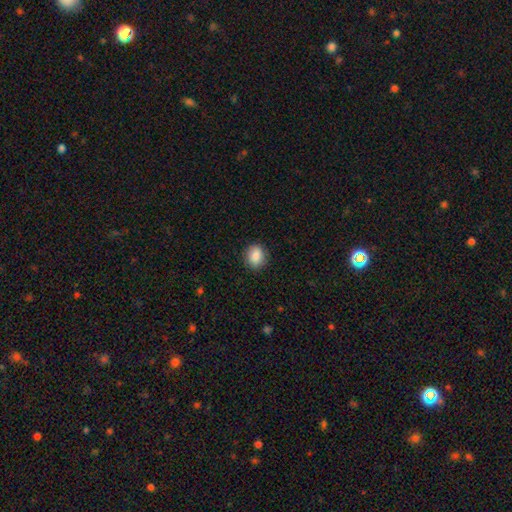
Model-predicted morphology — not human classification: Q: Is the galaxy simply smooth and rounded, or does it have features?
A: smooth — 86%.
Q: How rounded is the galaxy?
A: round — 62%.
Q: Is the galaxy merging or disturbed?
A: none — 87%.